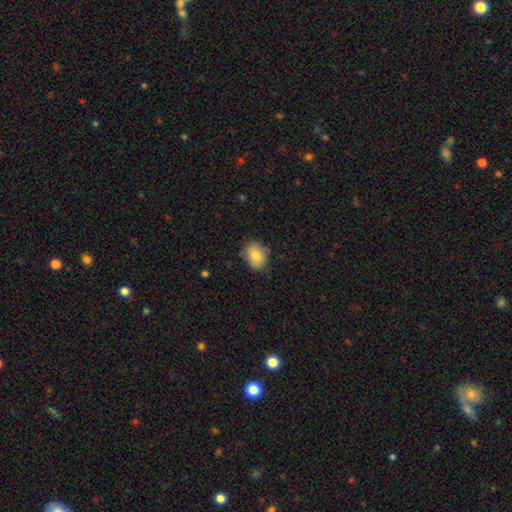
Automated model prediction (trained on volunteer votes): A smooth galaxy with no disk features (80%) that is in between round and cigar-shaped (53%). Merging: none (75%).